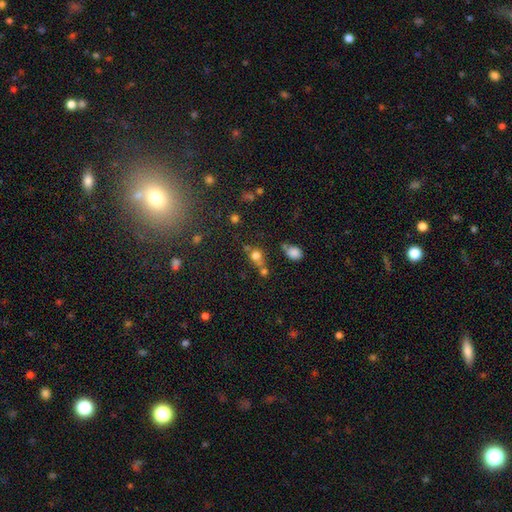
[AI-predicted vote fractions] This is likely a smooth galaxy (72%). How rounded: clearly round (80%). Merging: possibly none (48%).